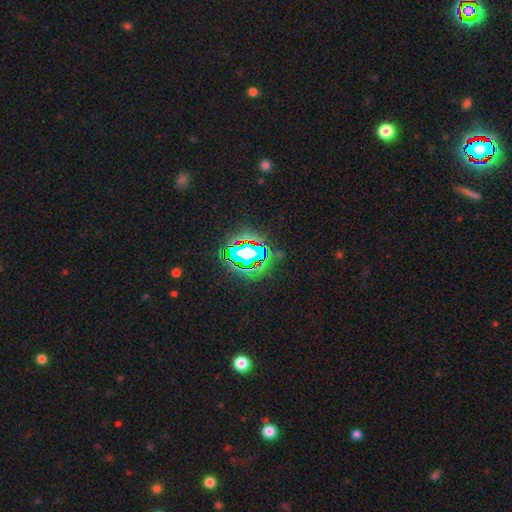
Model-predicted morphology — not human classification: star or artifact 78%, smooth 13%, featured or disk 9%.